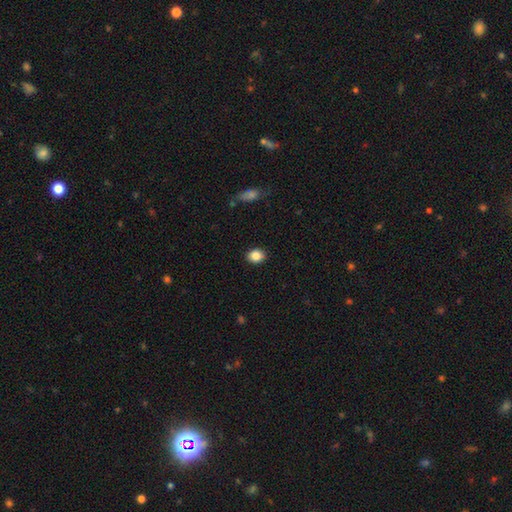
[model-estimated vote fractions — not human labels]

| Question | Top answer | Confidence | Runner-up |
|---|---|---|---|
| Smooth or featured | smooth | 85% | star or artifact (9%) |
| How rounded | round | 58% | in between (41%) |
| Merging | none | 90% | minor disturbance (7%) |